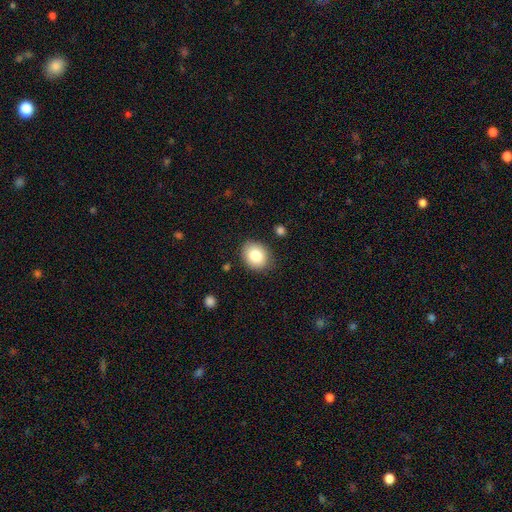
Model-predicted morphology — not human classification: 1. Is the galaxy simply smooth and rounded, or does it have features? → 83% smooth, 9% star or artifact, 8% featured or disk.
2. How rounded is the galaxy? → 55% round, 45% in between, 1% cigar-shaped.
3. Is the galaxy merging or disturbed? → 84% none, 11% minor disturbance, 3% major disturbance, 2% merger.